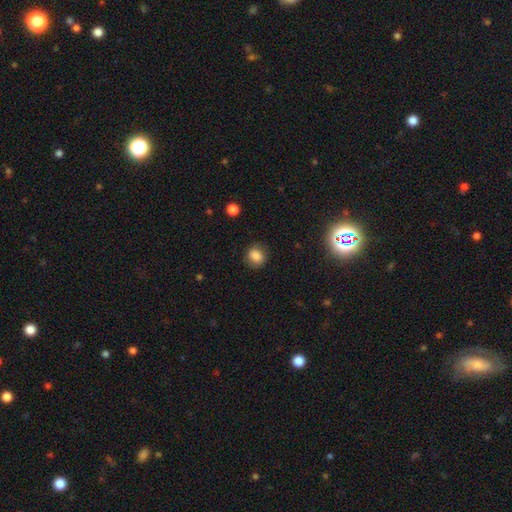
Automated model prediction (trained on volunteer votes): Q: Smooth or featured?
A: smooth (82%); runner-up: star or artifact (10%)
Q: How rounded?
A: round (65%); runner-up: in between (34%)
Q: Merging?
A: none (80%); runner-up: minor disturbance (15%)